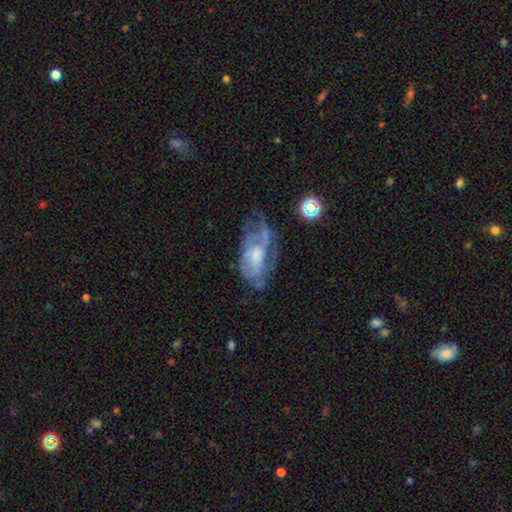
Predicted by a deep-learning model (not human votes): A featured or disk galaxy (65%) with no bar (67%), spiral arms (62%) and a moderate central bulge (41%). Merging: none (39%).